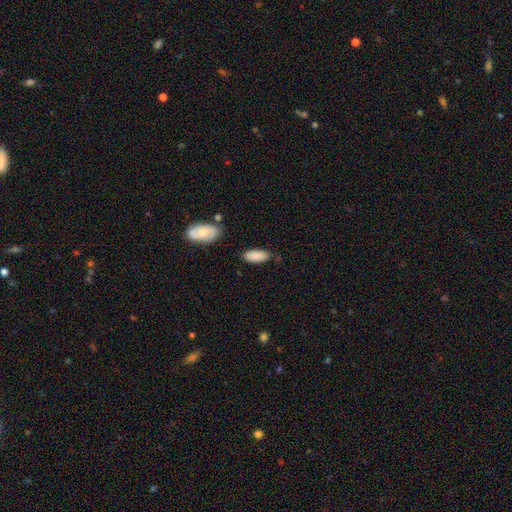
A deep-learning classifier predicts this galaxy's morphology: Q: Smooth or featured?
A: smooth (89%); runner-up: star or artifact (6%)
Q: How rounded?
A: in between (85%); runner-up: cigar-shaped (14%)
Q: Merging?
A: none (77%); runner-up: minor disturbance (16%)